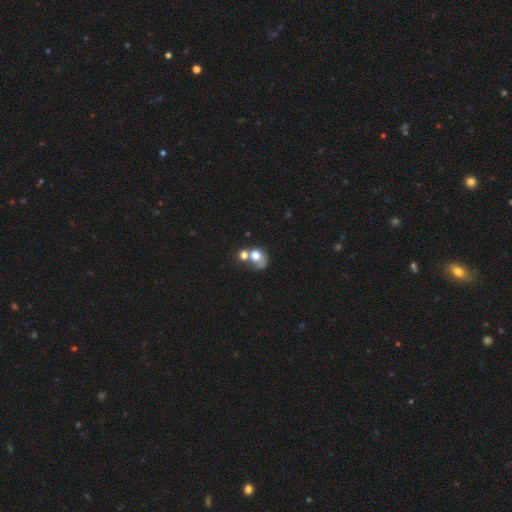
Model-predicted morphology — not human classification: This is likely a smooth galaxy (64%). How rounded: possibly round (57%). Merging: possibly merger (55%).